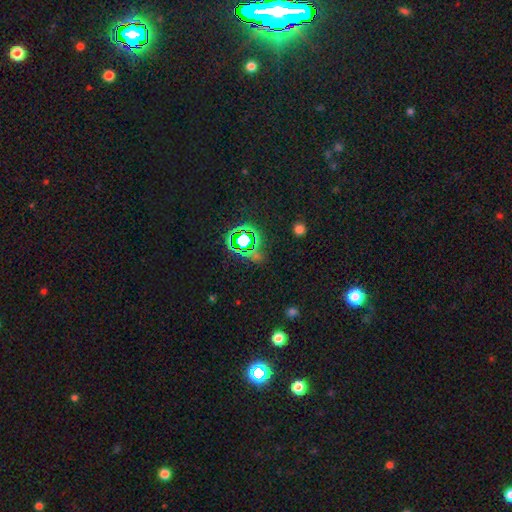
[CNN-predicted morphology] The model was most divided on "smooth or featured": star or artifact: 71%, smooth: 20%, featured or disk: 9%.